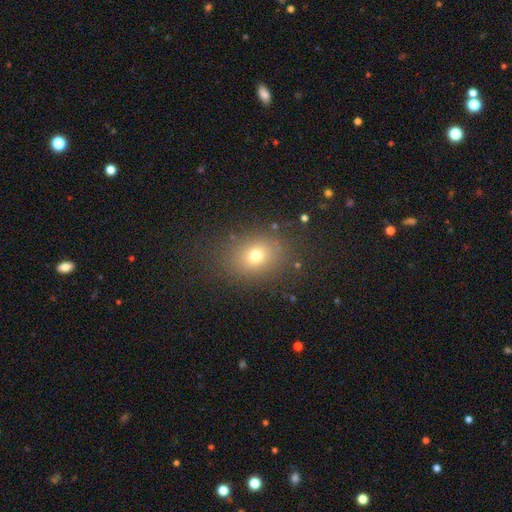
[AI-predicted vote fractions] A smooth galaxy with no disk features (72%) that is round (50%).

Vote fractions:
- Smooth or featured? smooth: 72% / star or artifact: 17% / featured or disk: 11%
- How rounded? round: 50% / in between: 49% / cigar-shaped: 1%
- Merging? none: 83% / minor disturbance: 10% / major disturbance: 5% / merger: 2%